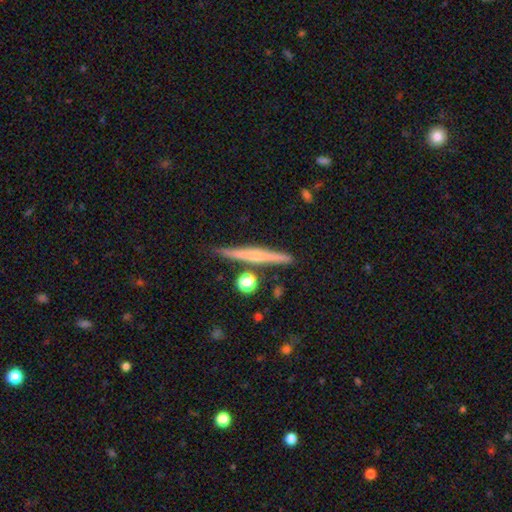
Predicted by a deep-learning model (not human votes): Q: Smooth or featured?
A: featured or disk (62%); runner-up: smooth (31%)
Q: Edge-on disk?
A: yes (97%); runner-up: no (3%)
Q: Edge-on bulge?
A: rounded (60%); runner-up: none (33%)
Q: Merging?
A: none (86%); runner-up: minor disturbance (8%)